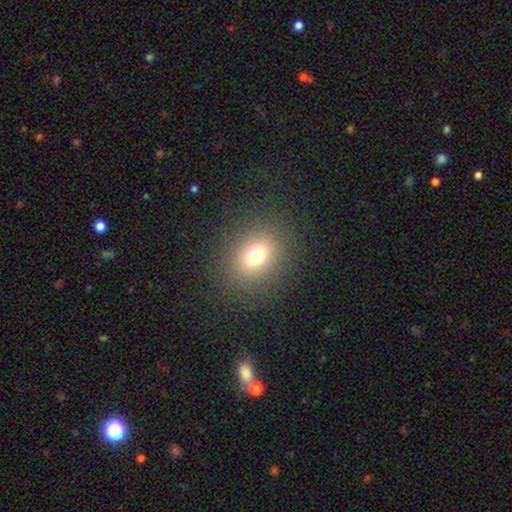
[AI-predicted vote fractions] Smooth or featured? smooth (71%)
How rounded? round (69%)
Merging? none (86%)